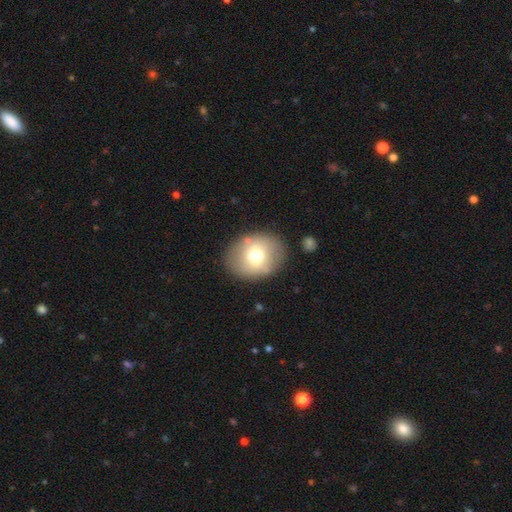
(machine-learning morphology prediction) Smooth or featured? smooth (68%)
How rounded? round (52%)
Merging? none (81%)